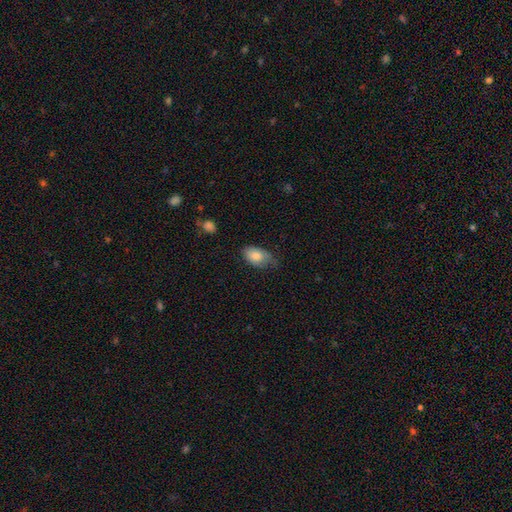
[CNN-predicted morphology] smooth_or_featured: smooth (p=0.81) [alt: featured or disk p=0.12]
how_rounded: in between (p=0.91) [alt: round p=0.07]
merging: none (p=0.54) [alt: minor disturbance p=0.36]